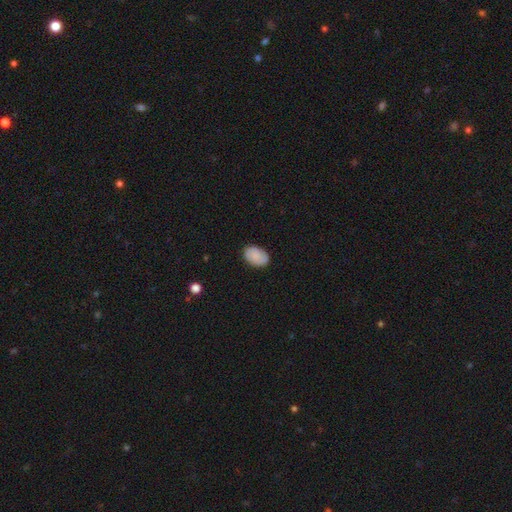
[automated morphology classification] smooth 77%, featured or disk 15%, star or artifact 7%. Down the decision tree: how rounded — in between (87%); merging — none (85%).